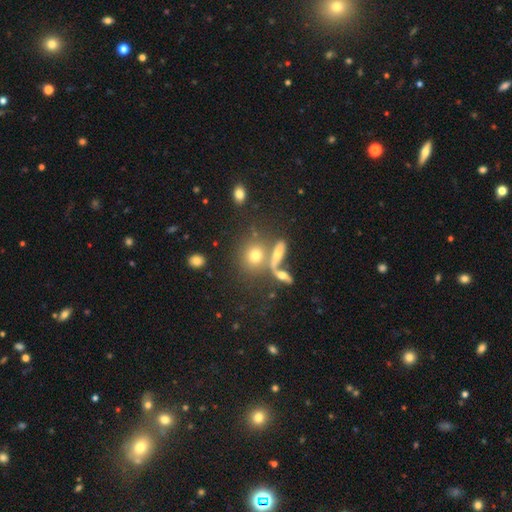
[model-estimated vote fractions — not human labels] The model was most divided on "merging": none: 56%, merger: 27%, minor disturbance: 11%, major disturbance: 6%. More confident: how rounded — round (69%); smooth or featured — smooth (65%).